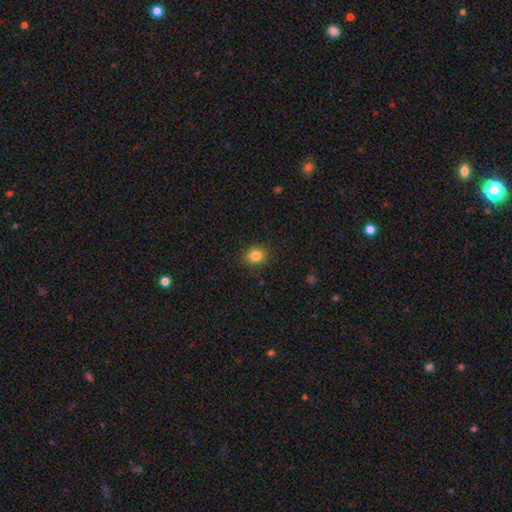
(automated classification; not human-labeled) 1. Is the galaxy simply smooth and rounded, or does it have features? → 83% smooth, 11% star or artifact, 5% featured or disk.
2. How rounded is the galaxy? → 69% round, 30% in between, 1% cigar-shaped.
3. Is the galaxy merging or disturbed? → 87% none, 9% minor disturbance, 3% major disturbance, 1% merger.